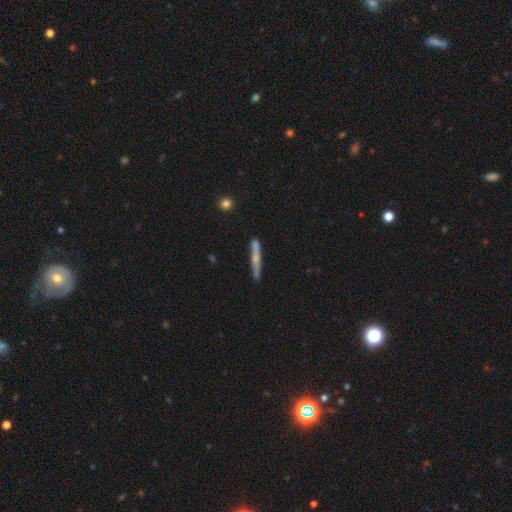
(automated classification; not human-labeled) Smooth or featured: featured or disk — 51% (smooth — 42%)
Edge-on disk: yes — 93% (no — 7%)
Merging: none — 77% (minor disturbance — 15%)